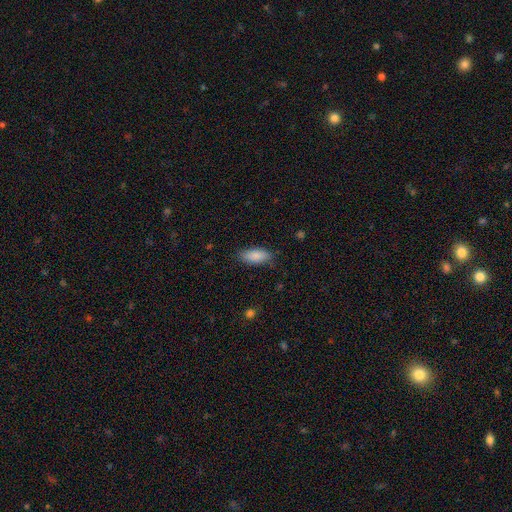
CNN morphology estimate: smooth 87%, featured or disk 6%, star or artifact 6%. Down the decision tree: how rounded — in between (86%); merging — none (82%).